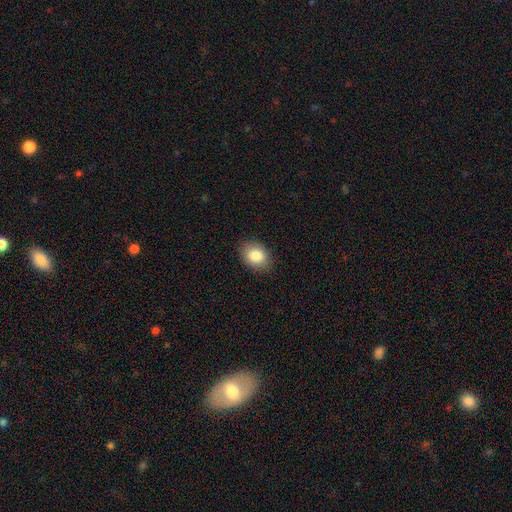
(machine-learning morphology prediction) A smooth galaxy with no disk features (84%) that is in between round and cigar-shaped (70%).

Vote fractions:
- Smooth or featured? smooth: 84% / star or artifact: 8% / featured or disk: 8%
- How rounded? in between: 70% / round: 29% / cigar-shaped: 1%
- Merging? none: 87% / minor disturbance: 10% / major disturbance: 2% / merger: 1%